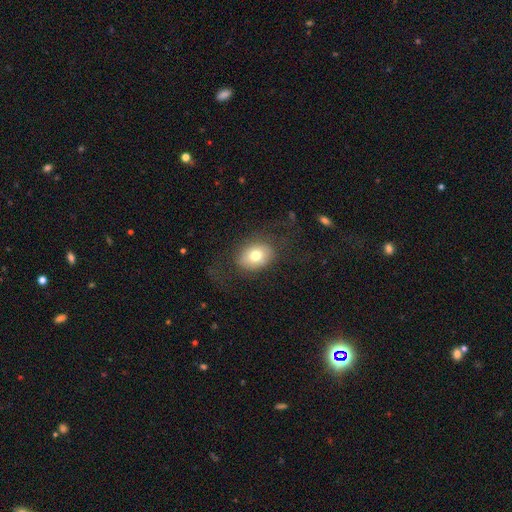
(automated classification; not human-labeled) Morphology: type=smooth (72%); roundness=in between (70%); merging=none (69%).